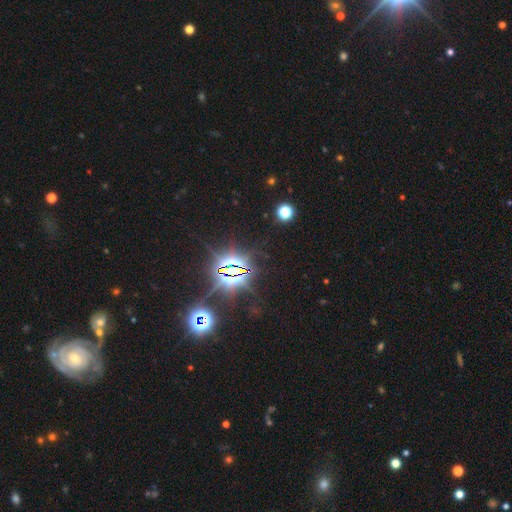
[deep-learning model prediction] This appears to be a star or artifact, not a galaxy (81%).